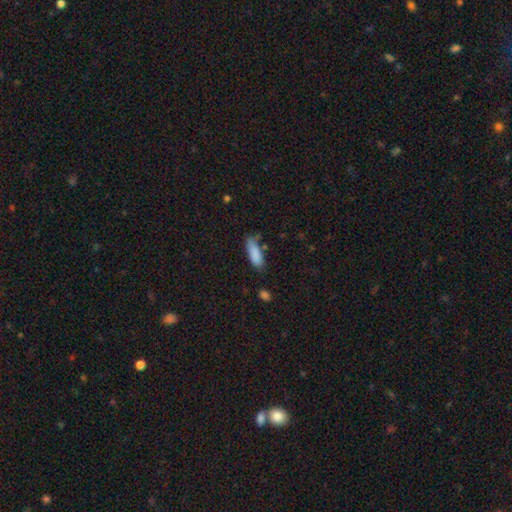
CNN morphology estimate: Smooth or featured?
  - smooth: 86% *
  - star or artifact: 7%
  - featured or disk: 7%
How rounded?
  - in between: 64% *
  - cigar-shaped: 34%
  - round: 2%
Merging?
  - none: 56% *
  - minor disturbance: 30%
  - major disturbance: 8%
  - merger: 6%